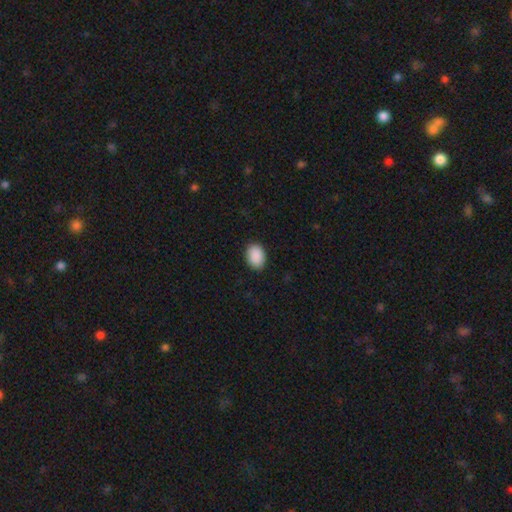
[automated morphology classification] Smooth or featured? smooth (91%)
How rounded? in between (77%)
Merging? none (89%)